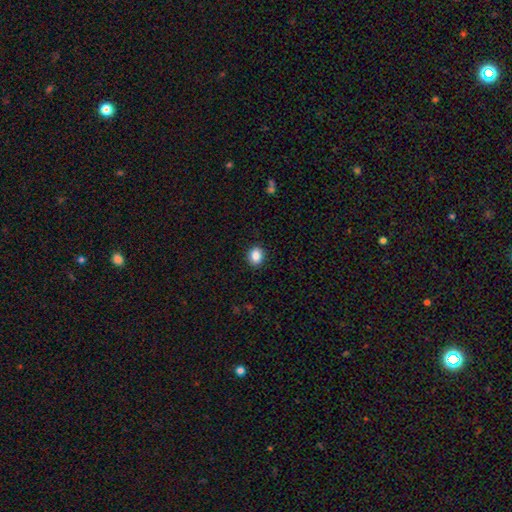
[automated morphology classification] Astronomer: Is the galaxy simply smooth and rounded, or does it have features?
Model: smooth — 87%.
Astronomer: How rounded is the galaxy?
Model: round — 57% (runner-up: in between, 42%).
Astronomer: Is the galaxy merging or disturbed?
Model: none — 90%.